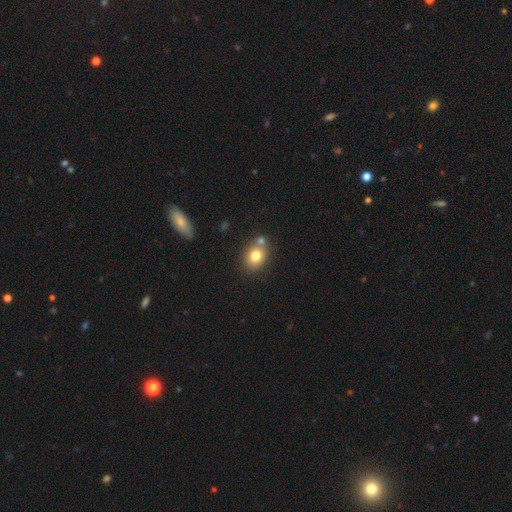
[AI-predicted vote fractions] The model was most divided on "how rounded": round: 51%, in between: 48%, cigar-shaped: 1%. More confident: smooth or featured — smooth (78%); merging — none (60%).